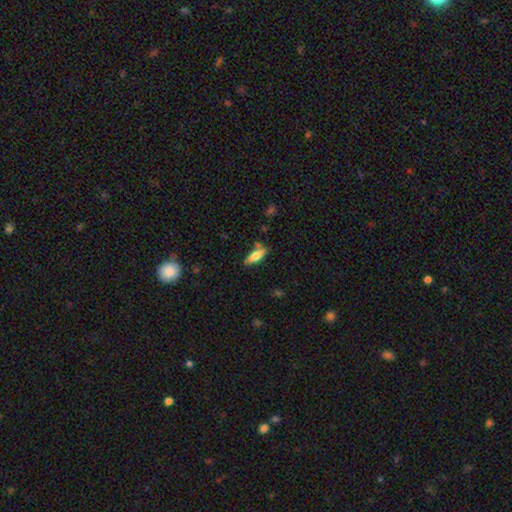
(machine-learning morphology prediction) Smooth or featured: smooth — 63% (featured or disk — 30%)
How rounded: in between — 56% (cigar-shaped — 42%)
Merging: none — 74% (minor disturbance — 16%)